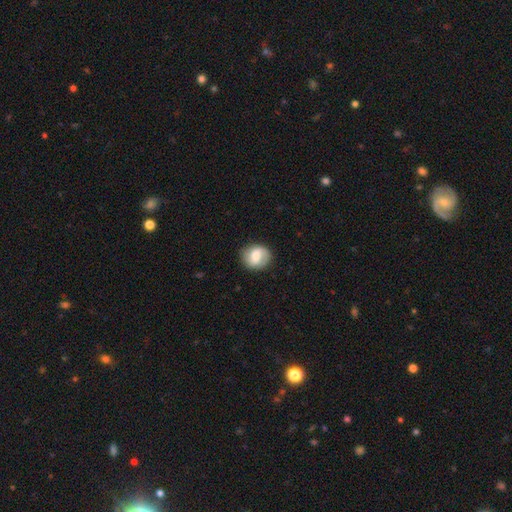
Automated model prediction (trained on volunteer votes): smooth 53%, featured or disk 40%, star or artifact 7%. Down the decision tree: how rounded — round (79%); merging — none (81%).